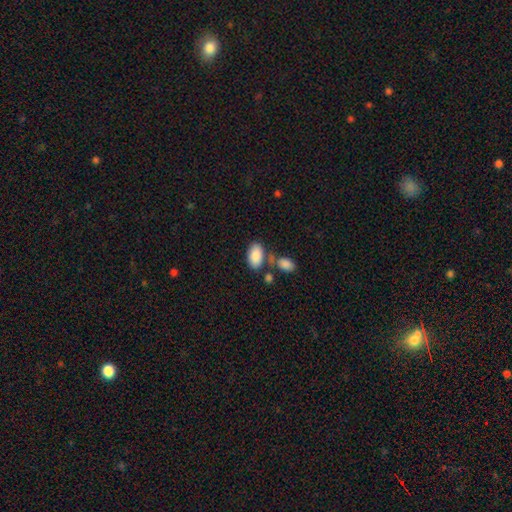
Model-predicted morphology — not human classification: smooth 87%, featured or disk 7%, star or artifact 6%. Down the decision tree: how rounded — in between (94%); merging — none (63%).